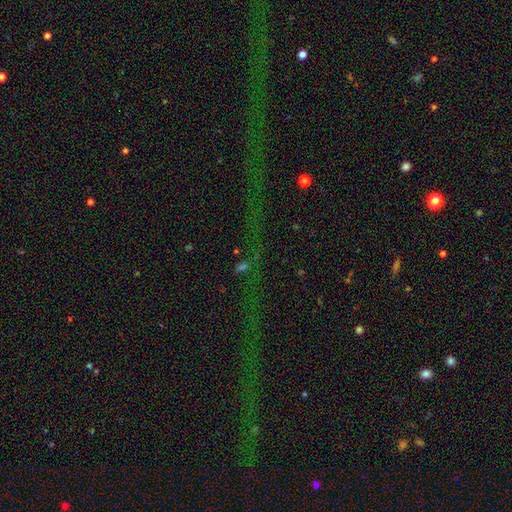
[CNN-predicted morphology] smooth_or_featured: star or artifact (p=0.73) [alt: featured or disk p=0.16]